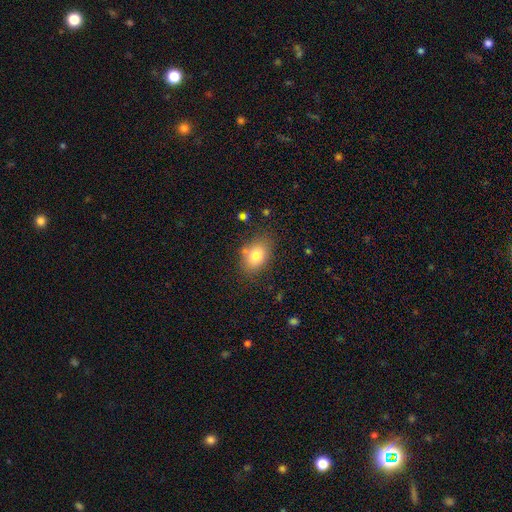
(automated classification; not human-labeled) A smooth galaxy with no disk features (80%) that is in between round and cigar-shaped (76%). Merging: none (75%).